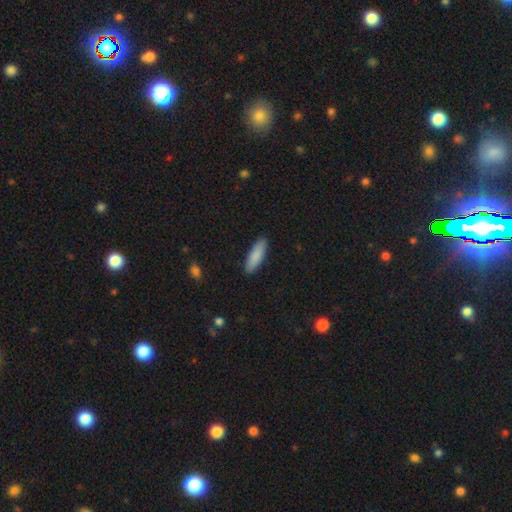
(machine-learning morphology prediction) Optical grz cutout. It shows a smooth galaxy with no disk features (87%) that is cigar-shaped (50%). Merging: none (89%).